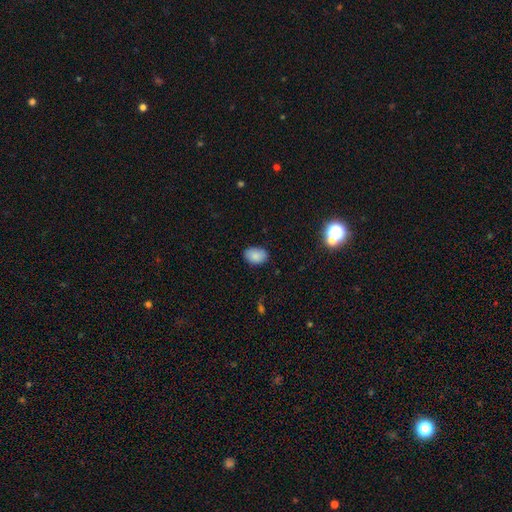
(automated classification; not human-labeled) This appears to be a smooth galaxy with no disk features (86%) that is in between round and cigar-shaped (82%). Merging: none (83%).